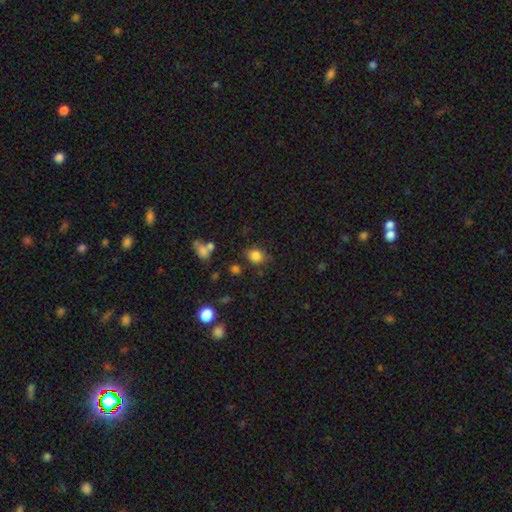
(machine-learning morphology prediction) smooth_or_featured: smooth (p=0.83) [alt: star or artifact p=0.12]
how_rounded: round (p=0.56) [alt: in between p=0.42]
merging: none (p=0.73) [alt: minor disturbance p=0.18]